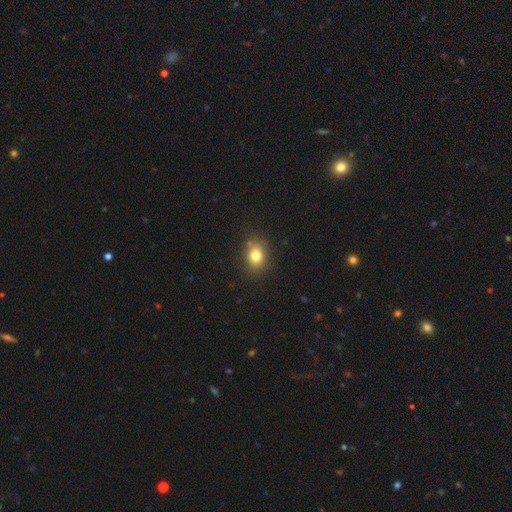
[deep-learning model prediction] Q: Smooth or featured?
A: smooth (79%); runner-up: star or artifact (12%)
Q: How rounded?
A: in between (51%); runner-up: round (48%)
Q: Merging?
A: none (81%); runner-up: minor disturbance (13%)